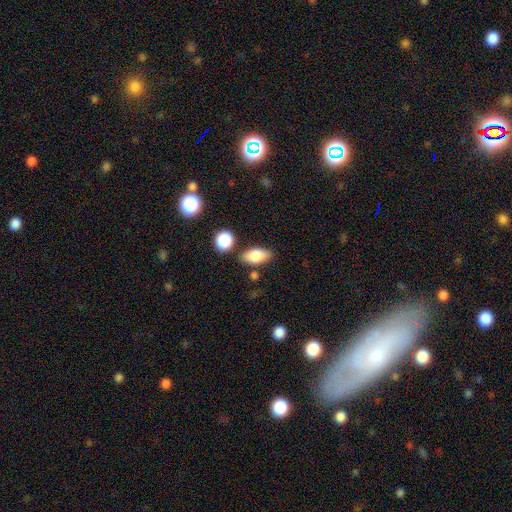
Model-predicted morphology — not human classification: Smooth or featured? smooth (81%)
How rounded? in between (88%)
Merging? none (78%)